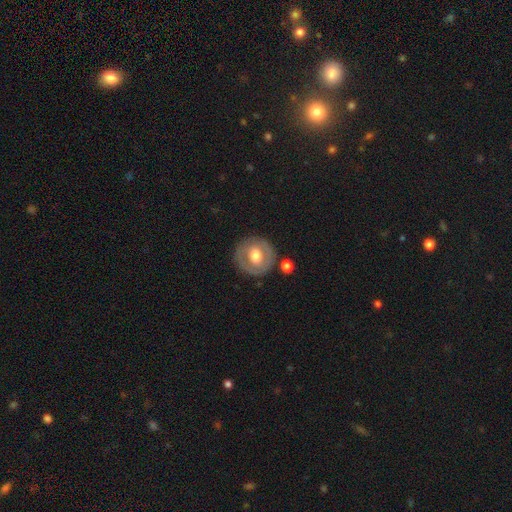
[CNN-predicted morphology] A smooth galaxy with no disk features (48%).

Vote fractions:
- Smooth or featured? smooth: 48% / featured or disk: 46% / star or artifact: 6%
- Merging? none: 81% / minor disturbance: 11% / major disturbance: 4% / merger: 3%